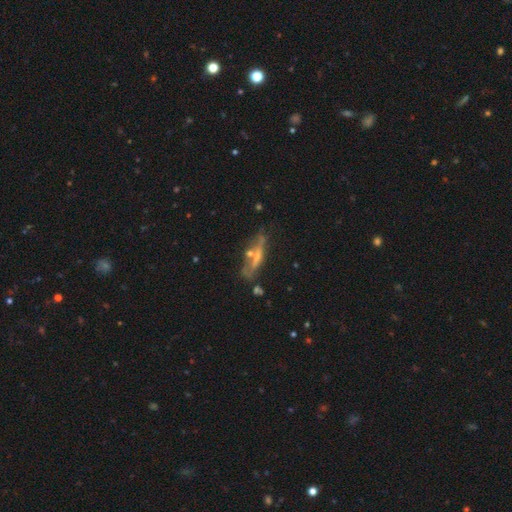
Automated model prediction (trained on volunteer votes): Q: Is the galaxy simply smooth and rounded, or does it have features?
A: featured or disk — 58%.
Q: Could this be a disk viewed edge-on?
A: yes — 63%.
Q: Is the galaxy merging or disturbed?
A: none — 52%.